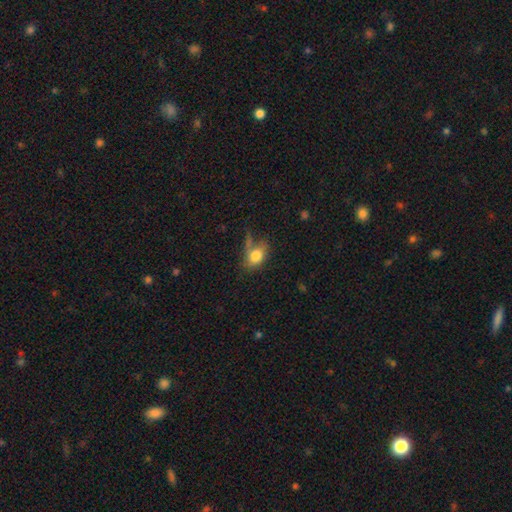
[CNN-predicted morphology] Smooth or featured?
  - smooth: 78% *
  - featured or disk: 12%
  - star or artifact: 9%
How rounded?
  - in between: 76% *
  - round: 22%
  - cigar-shaped: 2%
Merging?
  - none: 50% *
  - minor disturbance: 24%
  - major disturbance: 13%
  - merger: 13%